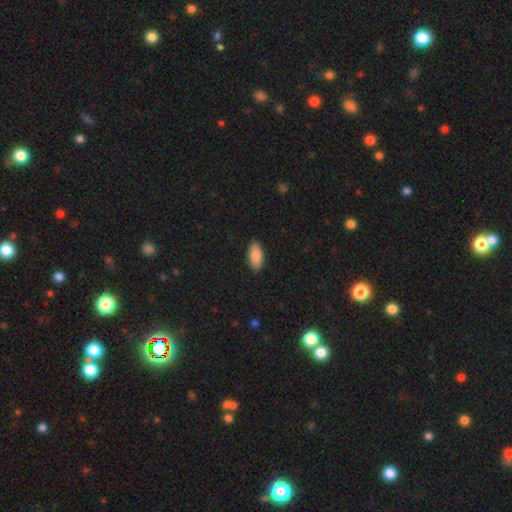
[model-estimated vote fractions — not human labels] A smooth galaxy with no disk features (86%) that is in between round and cigar-shaped (89%).

Vote fractions:
- Smooth or featured? smooth: 86% / featured or disk: 7% / star or artifact: 6%
- How rounded? in between: 89% / cigar-shaped: 9% / round: 2%
- Merging? none: 89% / minor disturbance: 8% / major disturbance: 2% / merger: 1%